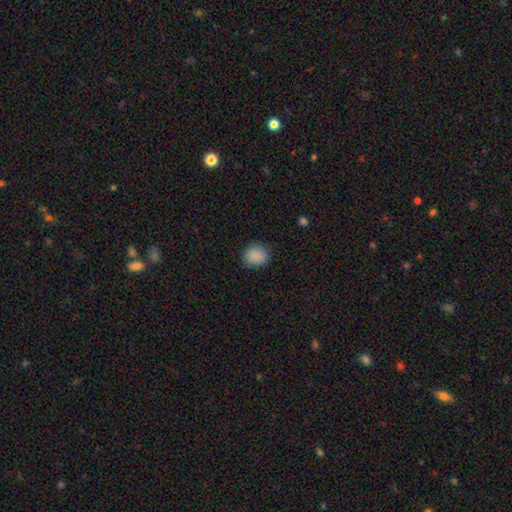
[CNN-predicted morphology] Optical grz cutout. It shows a smooth galaxy with no disk features (88%) that is round (73%). Merging: none (85%).